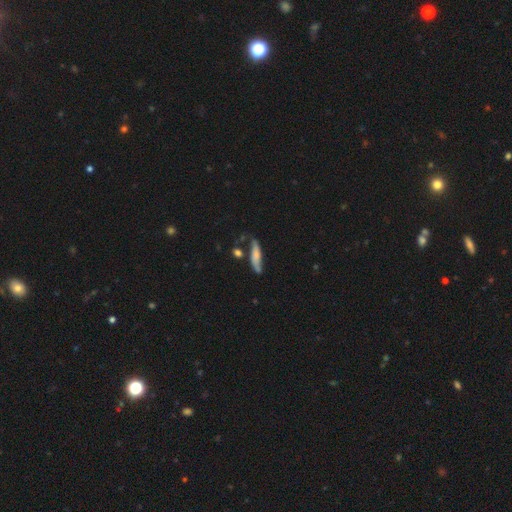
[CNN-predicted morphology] A smooth galaxy with no disk features (55%) that is cigar-shaped (74%).

Vote fractions:
- Smooth or featured? smooth: 55% / featured or disk: 37% / star or artifact: 7%
- How rounded? cigar-shaped: 74% / in between: 24% / round: 3%
- Merging? none: 58% / minor disturbance: 25% / merger: 9% / major disturbance: 8%